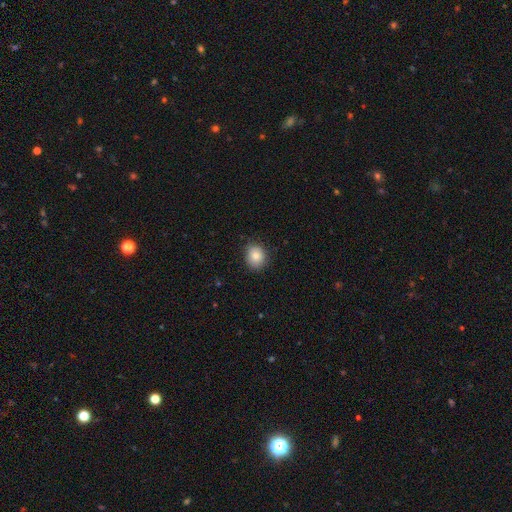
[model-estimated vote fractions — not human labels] A smooth galaxy with no disk features (82%) that is round (66%).

Vote fractions:
- Smooth or featured? smooth: 82% / star or artifact: 9% / featured or disk: 8%
- How rounded? round: 66% / in between: 33% / cigar-shaped: 1%
- Merging? none: 84% / minor disturbance: 13% / major disturbance: 3% / merger: 1%